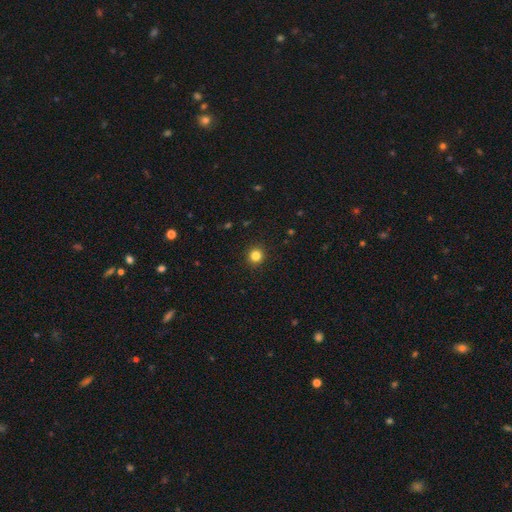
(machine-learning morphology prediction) smooth-or-featured: smooth: 83% | star or artifact: 13% | featured or disk: 4%
  how-rounded: round: 93% | in between: 6% | cigar-shaped: 1%
  merging: none: 92% | minor disturbance: 5% | major disturbance: 2% | merger: 1%